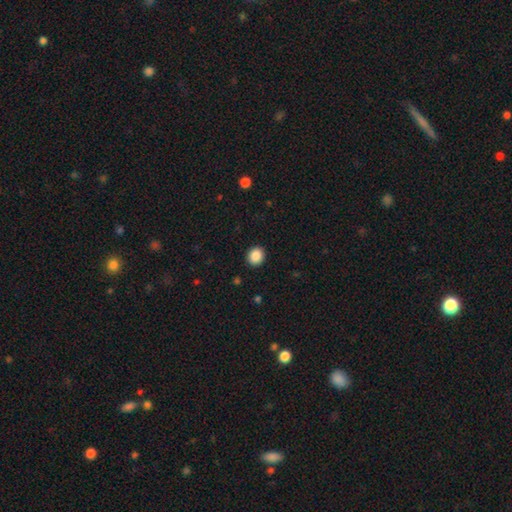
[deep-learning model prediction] The model was most divided on "how rounded": round: 79%, in between: 20%, cigar-shaped: 1%. More confident: merging — none (91%); smooth or featured — smooth (88%).